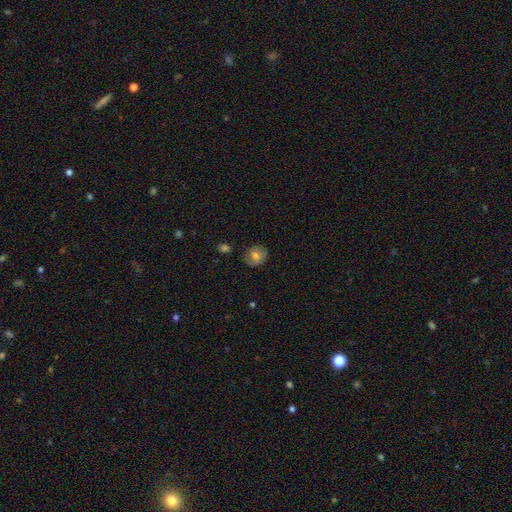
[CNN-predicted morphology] A smooth galaxy with no disk features (65%) that is round (79%).

Vote fractions:
- Smooth or featured? smooth: 65% / featured or disk: 25% / star or artifact: 9%
- How rounded? round: 79% / in between: 20% / cigar-shaped: 1%
- Merging? none: 79% / minor disturbance: 16% / major disturbance: 4% / merger: 2%